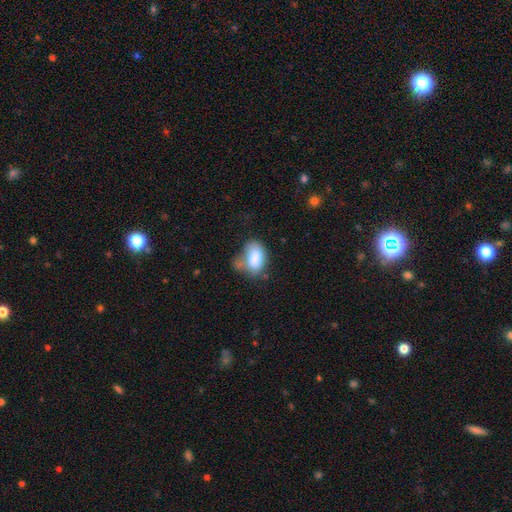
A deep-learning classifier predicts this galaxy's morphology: A smooth galaxy with no disk features (78%) that is in between round and cigar-shaped (88%).

Vote fractions:
- Smooth or featured? smooth: 78% / featured or disk: 14% / star or artifact: 8%
- How rounded? in between: 88% / round: 11% / cigar-shaped: 2%
- Merging? none: 30% / minor disturbance: 29% / major disturbance: 21% / merger: 19%